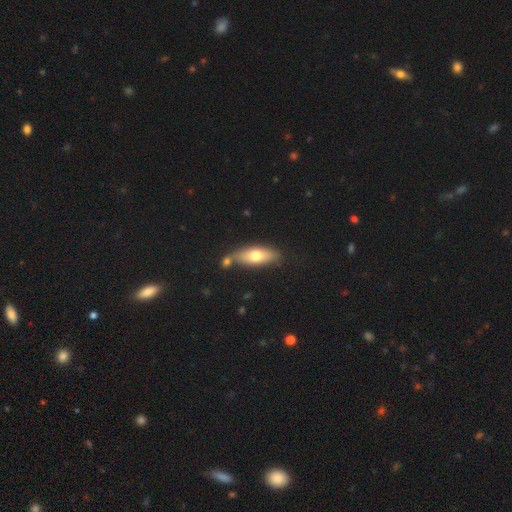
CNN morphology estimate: Overall: smooth (66%; featured or disk 28%). How rounded: in between (66%; cigar-shaped 31%). Merging: none (62%).